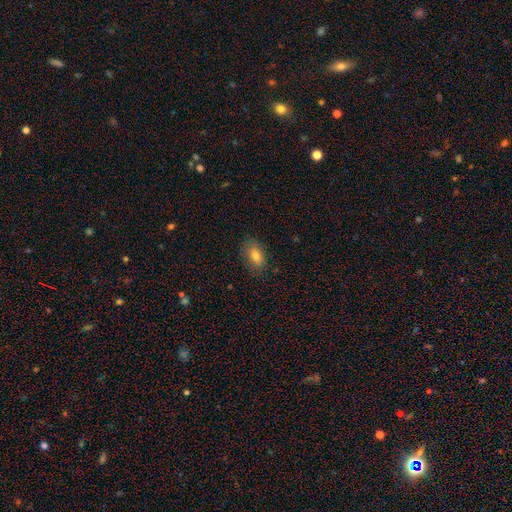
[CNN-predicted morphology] smooth_or_featured: smooth (p=0.79) [alt: featured or disk p=0.12]
how_rounded: in between (p=0.87) [alt: round p=0.11]
merging: none (p=0.82) [alt: minor disturbance p=0.14]